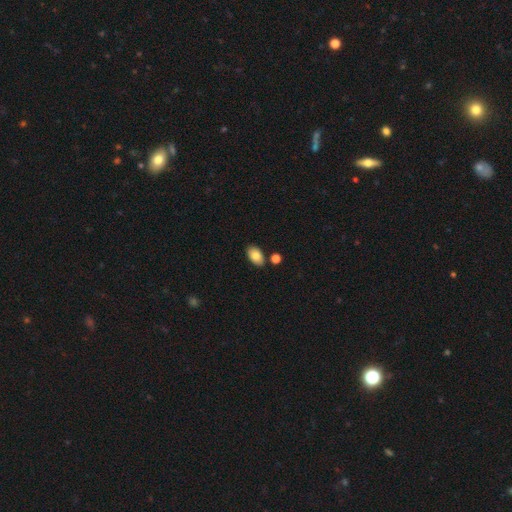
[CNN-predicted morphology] Smooth or featured? Predicted: smooth (p=0.84). How rounded? Predicted: in between (p=0.93). Merging? Predicted: none (p=0.81).